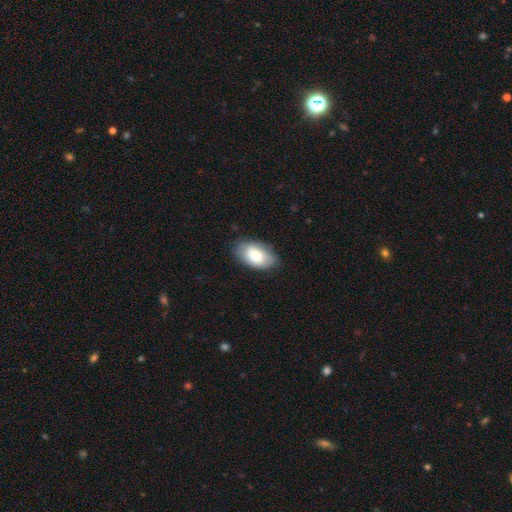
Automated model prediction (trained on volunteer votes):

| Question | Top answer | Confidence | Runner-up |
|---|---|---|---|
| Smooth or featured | smooth | 78% | featured or disk (16%) |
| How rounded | in between | 93% | round (5%) |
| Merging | none | 78% | minor disturbance (17%) |